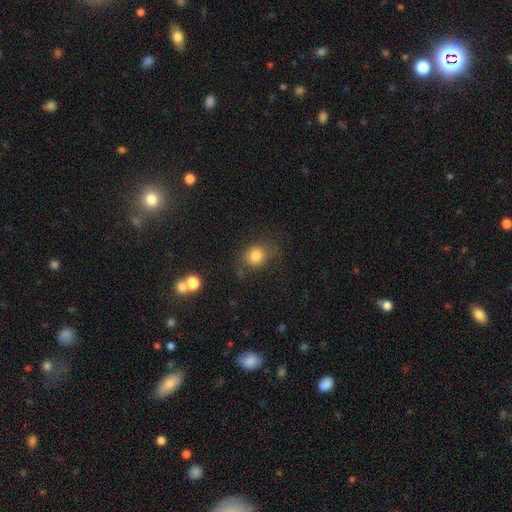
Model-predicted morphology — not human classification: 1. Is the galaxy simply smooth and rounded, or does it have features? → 81% smooth, 12% star or artifact, 8% featured or disk.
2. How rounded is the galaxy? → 68% round, 31% in between, 1% cigar-shaped.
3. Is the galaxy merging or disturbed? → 67% none, 20% minor disturbance, 8% major disturbance, 4% merger.